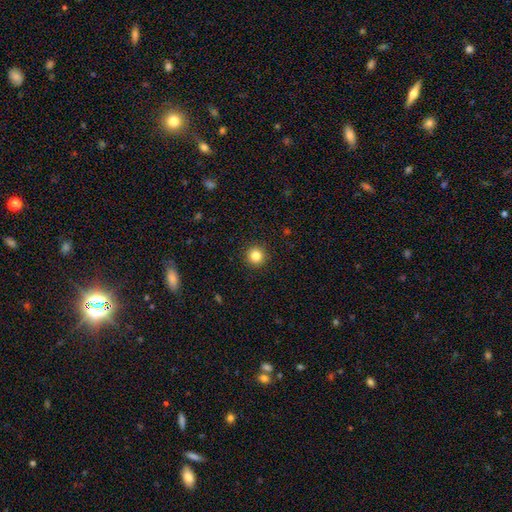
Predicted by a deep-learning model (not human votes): smooth_or_featured: smooth (p=0.83) [alt: star or artifact p=0.12]
how_rounded: round (p=0.95) [alt: in between p=0.04]
merging: none (p=0.93) [alt: minor disturbance p=0.05]